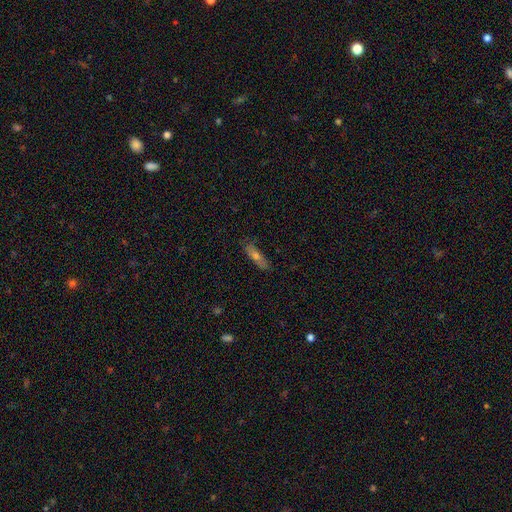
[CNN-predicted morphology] A smooth galaxy with no disk features (59%) that is cigar-shaped (59%).

Vote fractions:
- Smooth or featured? smooth: 59% / featured or disk: 33% / star or artifact: 8%
- How rounded? cigar-shaped: 59% / in between: 38% / round: 3%
- Merging? none: 81% / minor disturbance: 15% / major disturbance: 3% / merger: 1%